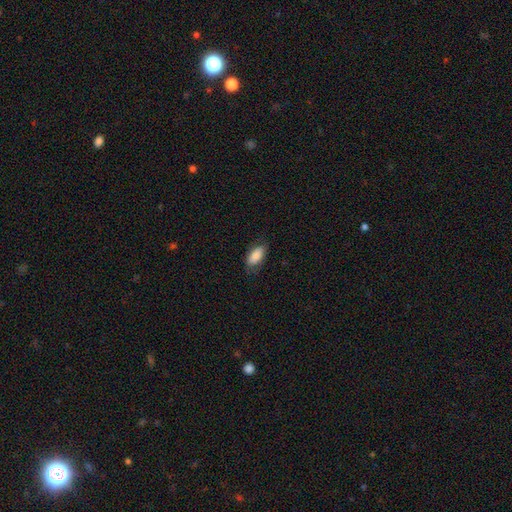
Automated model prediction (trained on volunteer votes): smooth-or-featured: smooth: 85% | featured or disk: 9% | star or artifact: 6%
  how-rounded: in between: 89% | cigar-shaped: 8% | round: 3%
  merging: none: 73% | minor disturbance: 20% | major disturbance: 5% | merger: 1%